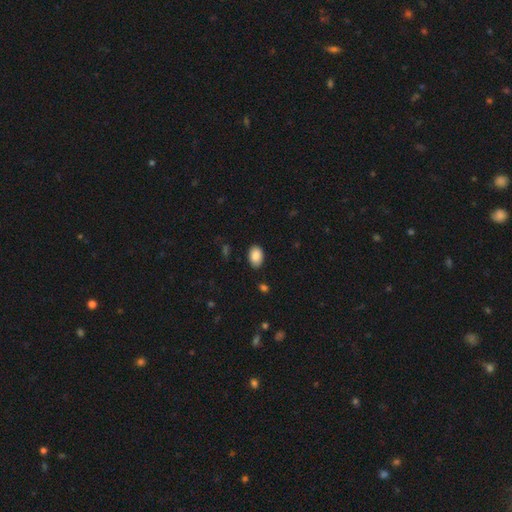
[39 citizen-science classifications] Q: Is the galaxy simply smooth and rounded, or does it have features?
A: smooth — 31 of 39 (79%).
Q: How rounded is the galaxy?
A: in between — 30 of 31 (97%).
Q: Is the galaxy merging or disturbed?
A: none — 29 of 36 (81%).